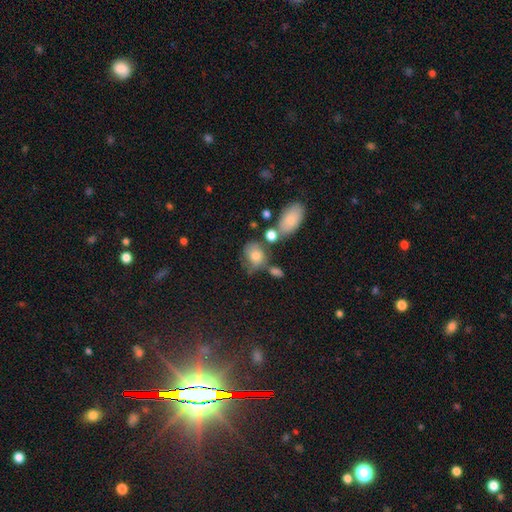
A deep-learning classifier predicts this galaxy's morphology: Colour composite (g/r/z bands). It shows a smooth galaxy with no disk features (71%) that is in between round and cigar-shaped (49%, tied with round). Merging: none (42%).